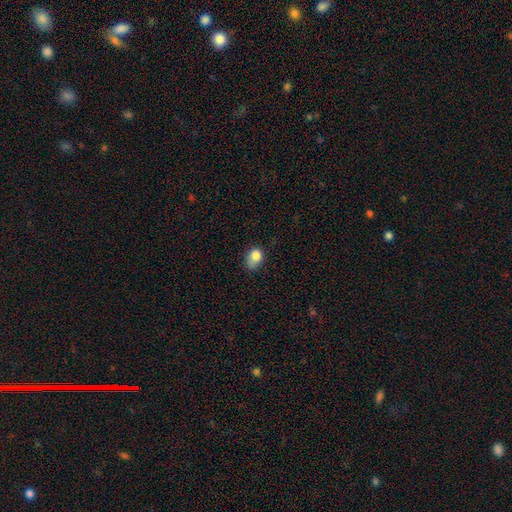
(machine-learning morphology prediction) smooth_or_featured: smooth (p=0.81) [alt: star or artifact p=0.10]
how_rounded: in between (p=0.56) [alt: round p=0.43]
merging: none (p=0.44) [alt: minor disturbance p=0.38]